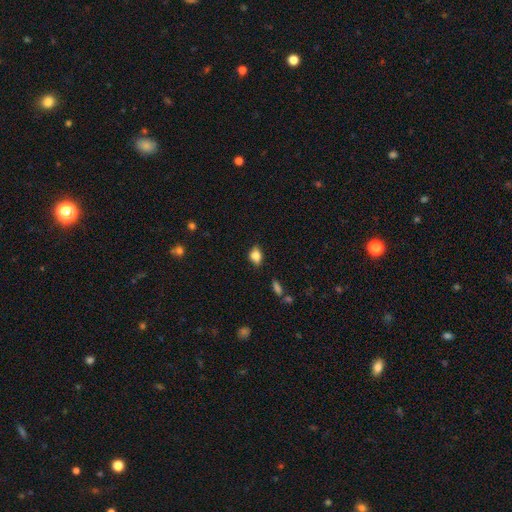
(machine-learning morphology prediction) Smooth or featured? smooth (83%)
How rounded? in between (79%)
Merging? none (69%)